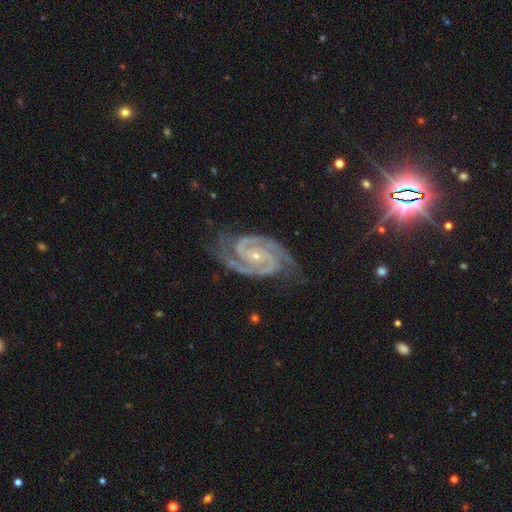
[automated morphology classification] smooth_or_featured: featured or disk (p=0.93) [alt: star or artifact p=0.05]
disk_edge_on: no (p=0.98) [alt: yes p=0.02]
bar: no (p=0.54) [alt: weak p=0.30]
has_spiral_arms: yes (p=0.99) [alt: no p=0.01]
spiral_winding: tight (p=0.57) [alt: medium p=0.38]
spiral_arm_count: 2 (p=0.87) [alt: 3 p=0.06]
bulge_size: small (p=0.81) [alt: moderate p=0.15]
merging: none (p=0.78) [alt: minor disturbance p=0.16]